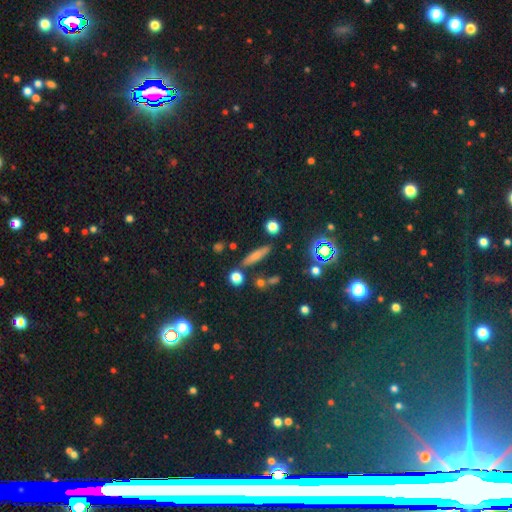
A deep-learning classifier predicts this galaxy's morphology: The model was most divided on "smooth or featured": smooth: 65%, featured or disk: 21%, star or artifact: 14%. More confident: merging — none (81%); how rounded — cigar-shaped (77%).